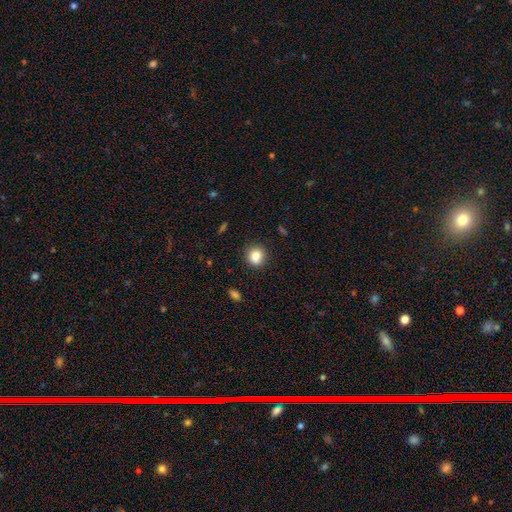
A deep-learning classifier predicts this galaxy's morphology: Smooth or featured? smooth (82%)
How rounded? round (80%)
Merging? none (83%)